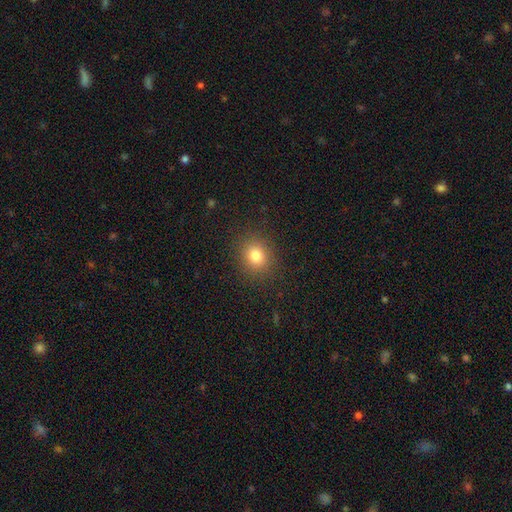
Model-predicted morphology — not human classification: Smooth or featured: smooth — 80% (star or artifact — 13%)
How rounded: round — 77% (in between — 22%)
Merging: none — 89% (minor disturbance — 7%)